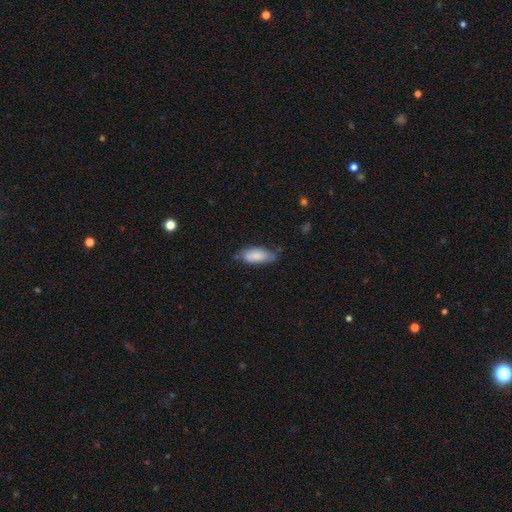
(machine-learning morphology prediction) Smooth or featured?
  - smooth: 81% *
  - featured or disk: 13%
  - star or artifact: 6%
How rounded?
  - in between: 82% *
  - cigar-shaped: 16%
  - round: 2%
Merging?
  - none: 56% *
  - minor disturbance: 34%
  - major disturbance: 7%
  - merger: 3%